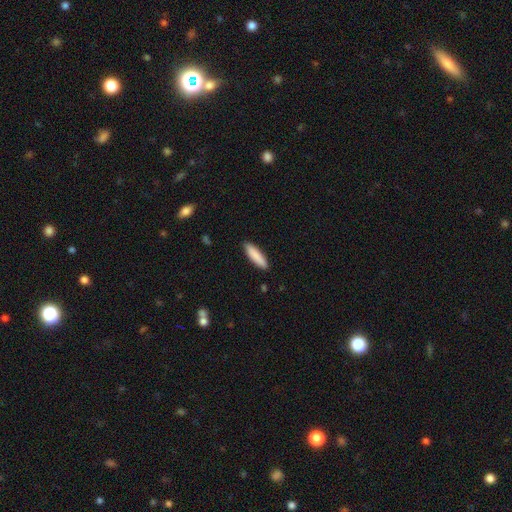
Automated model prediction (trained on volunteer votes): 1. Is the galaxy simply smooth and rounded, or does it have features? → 87% smooth, 7% featured or disk, 5% star or artifact.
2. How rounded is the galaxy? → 72% cigar-shaped, 27% in between, 1% round.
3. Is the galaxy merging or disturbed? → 89% none, 8% minor disturbance, 2% major disturbance, 1% merger.